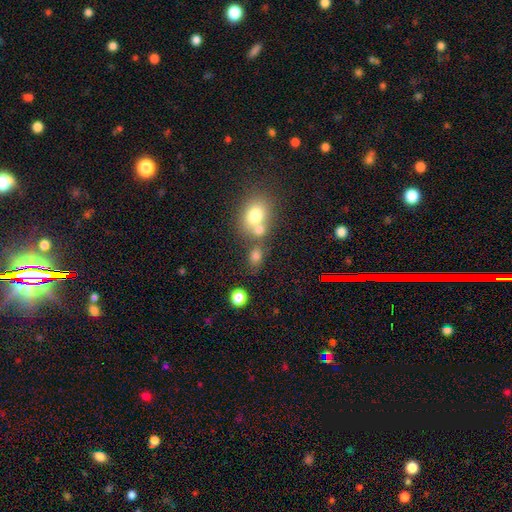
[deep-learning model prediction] smooth_or_featured: smooth (p=0.72) [alt: star or artifact p=0.17]
how_rounded: in between (p=0.58) [alt: round p=0.40]
merging: none (p=0.49) [alt: merger p=0.34]